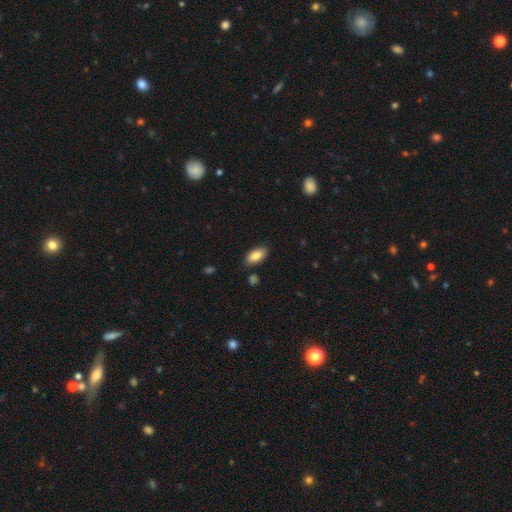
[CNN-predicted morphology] smooth_or_featured: smooth (p=0.84) [alt: featured or disk p=0.10]
how_rounded: in between (p=0.90) [alt: cigar-shaped p=0.07]
merging: none (p=0.84) [alt: minor disturbance p=0.11]